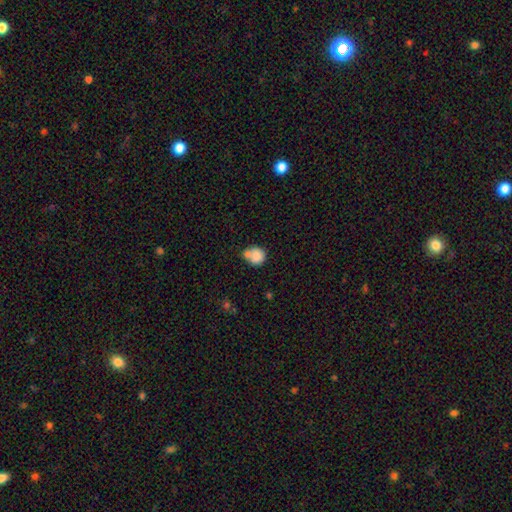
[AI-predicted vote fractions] Morphology: type=smooth (81%); roundness=round (81%); merging=none (43%).